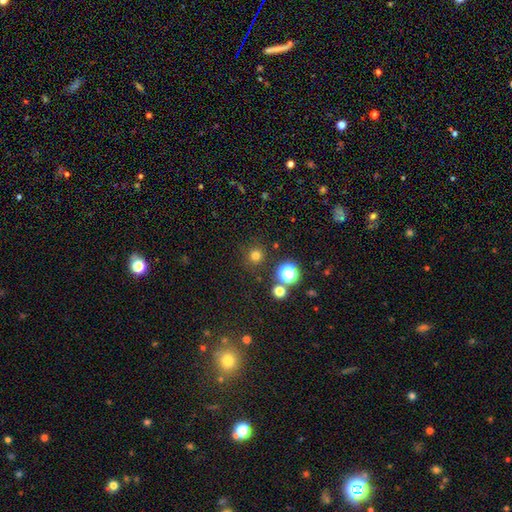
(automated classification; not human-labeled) A smooth galaxy with no disk features (74%) that is round (95%). Merging: none (87%).